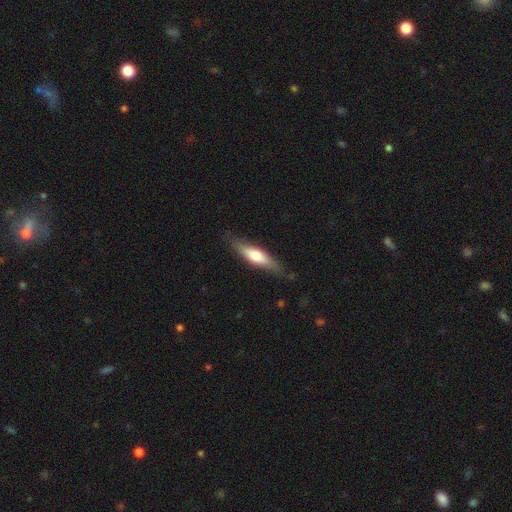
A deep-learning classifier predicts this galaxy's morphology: A smooth galaxy with no disk features (55%) that is cigar-shaped (65%).

Vote fractions:
- Smooth or featured? smooth: 55% / featured or disk: 39% / star or artifact: 5%
- How rounded? cigar-shaped: 65% / in between: 33% / round: 2%
- Merging? none: 80% / minor disturbance: 16% / major disturbance: 3% / merger: 1%